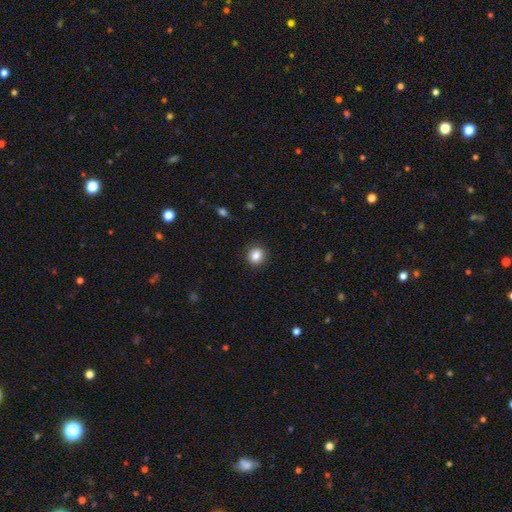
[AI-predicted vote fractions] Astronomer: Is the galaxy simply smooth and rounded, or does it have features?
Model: smooth — 85%.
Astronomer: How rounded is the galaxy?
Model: round — 82%.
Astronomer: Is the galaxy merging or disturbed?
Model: none — 90%.